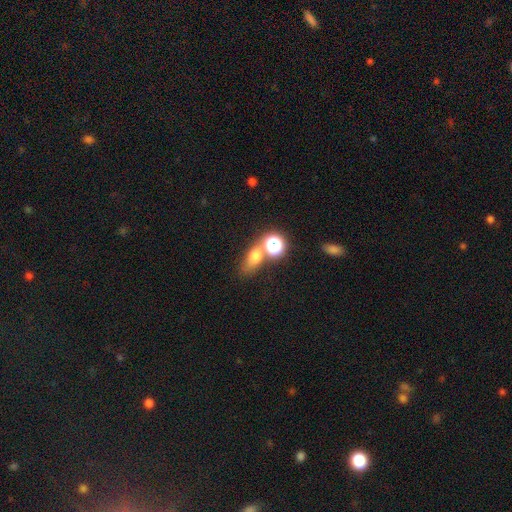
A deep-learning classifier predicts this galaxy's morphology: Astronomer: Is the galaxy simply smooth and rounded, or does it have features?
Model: smooth — 64%.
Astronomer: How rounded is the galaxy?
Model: in between — 59% (runner-up: round, 35%).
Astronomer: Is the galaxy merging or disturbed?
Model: none — 49% (runner-up: merger, 31%).